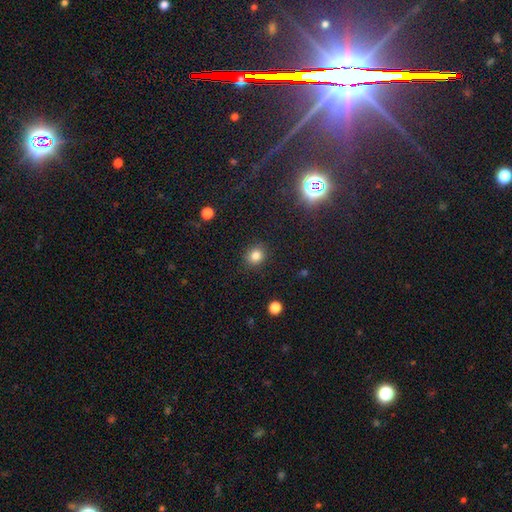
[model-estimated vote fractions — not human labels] smooth 82%, star or artifact 12%, featured or disk 5%. Down the decision tree: how rounded — round (79%); merging — none (88%).